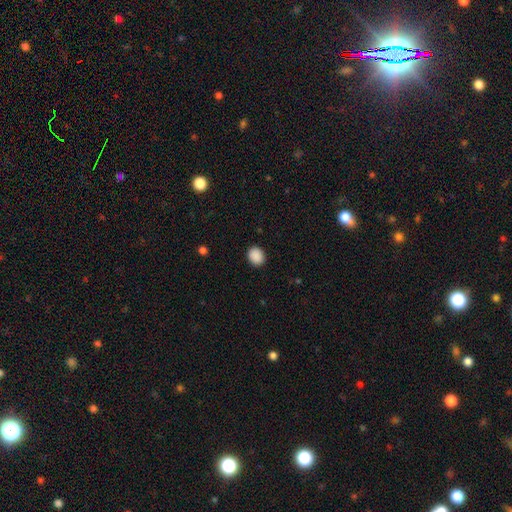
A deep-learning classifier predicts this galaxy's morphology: A smooth galaxy with no disk features (90%) that is round (58%). Merging: none (90%).